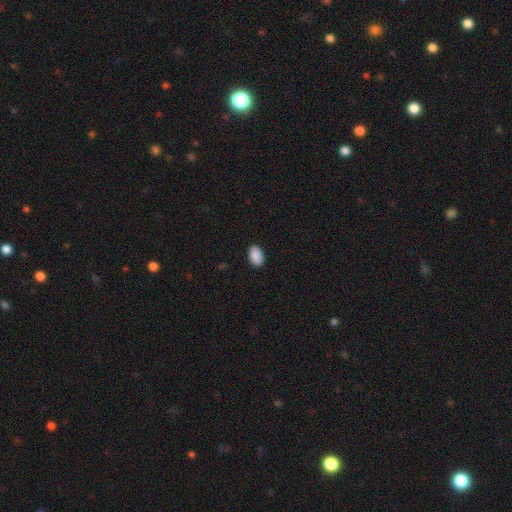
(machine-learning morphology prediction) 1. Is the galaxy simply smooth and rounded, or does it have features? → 90% smooth, 7% star or artifact, 3% featured or disk.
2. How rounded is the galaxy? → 90% in between, 8% round, 1% cigar-shaped.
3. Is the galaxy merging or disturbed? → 88% none, 9% minor disturbance, 2% major disturbance, 1% merger.